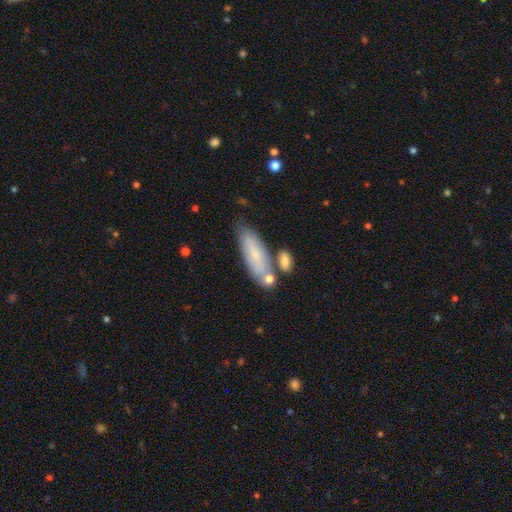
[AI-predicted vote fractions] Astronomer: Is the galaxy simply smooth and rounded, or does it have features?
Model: smooth — 66%.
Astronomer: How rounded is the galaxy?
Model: in between — 55% (runner-up: cigar-shaped, 43%).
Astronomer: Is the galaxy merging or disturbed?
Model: none — 59%.